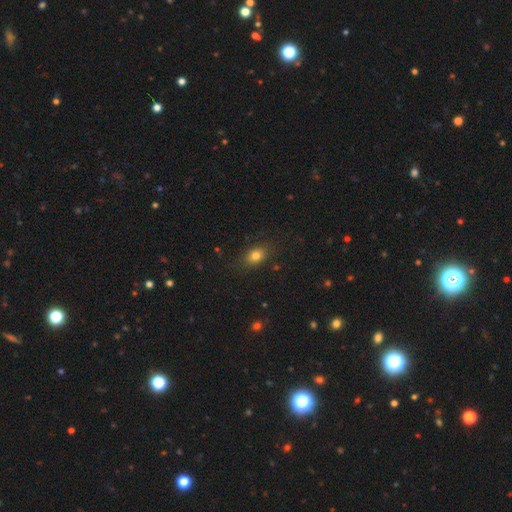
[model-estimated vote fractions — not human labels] A smooth galaxy with no disk features (80%) that is in between round and cigar-shaped (70%).

Vote fractions:
- Smooth or featured? smooth: 80% / star or artifact: 11% / featured or disk: 8%
- How rounded? in between: 70% / round: 27% / cigar-shaped: 2%
- Merging? none: 80% / minor disturbance: 14% / major disturbance: 4% / merger: 1%